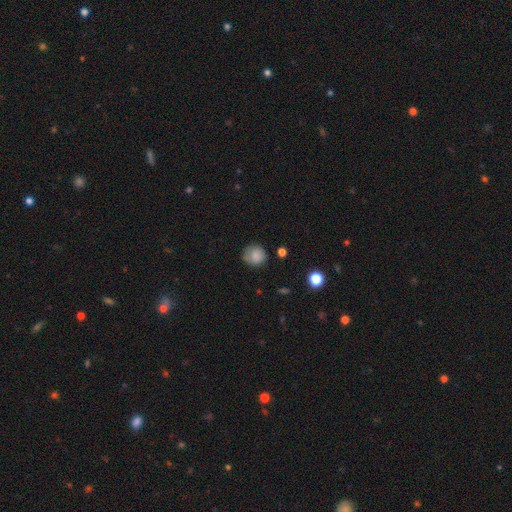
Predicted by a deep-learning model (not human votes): This appears to be a smooth galaxy with no disk features (84%) that is round (86%). Merging: none (71%).